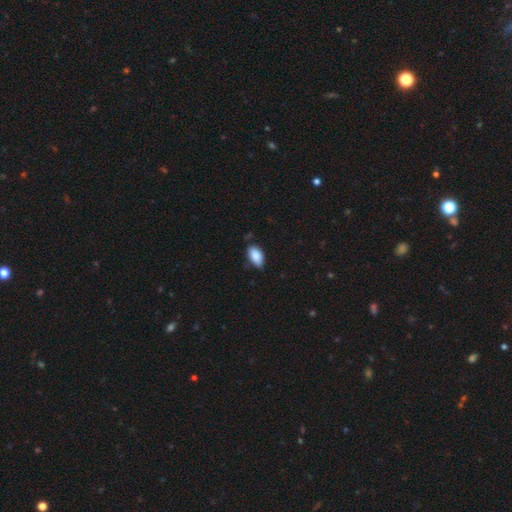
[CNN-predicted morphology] A smooth galaxy with no disk features (88%) that is in between round and cigar-shaped (93%). Merging: none (69%).